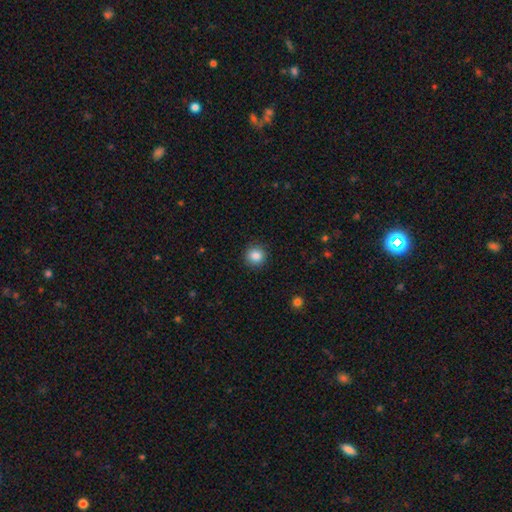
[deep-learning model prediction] smooth 85%, star or artifact 10%, featured or disk 5%. Down the decision tree: how rounded — round (93%); merging — none (91%).